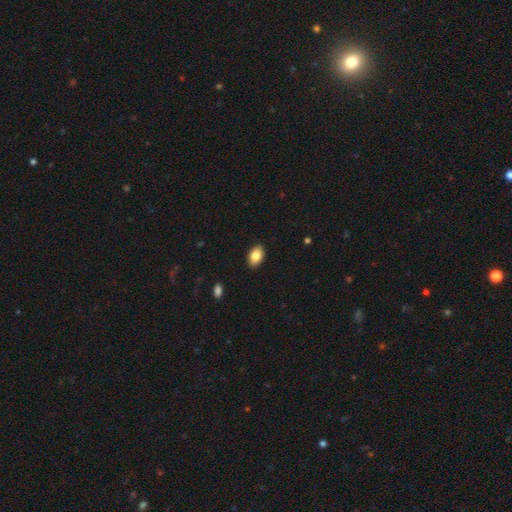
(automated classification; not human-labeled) Smooth or featured? smooth (86%)
How rounded? in between (91%)
Merging? none (90%)